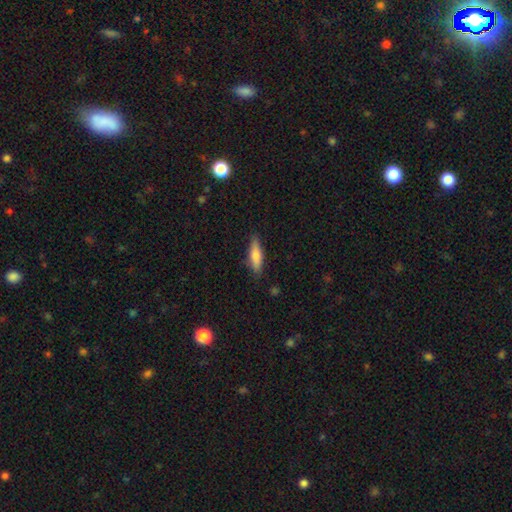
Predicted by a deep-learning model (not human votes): A smooth galaxy with no disk features (72%) that is cigar-shaped (61%).

Vote fractions:
- Smooth or featured? smooth: 72% / featured or disk: 22% / star or artifact: 6%
- How rounded? cigar-shaped: 61% / in between: 37% / round: 2%
- Merging? none: 83% / minor disturbance: 13% / major disturbance: 2% / merger: 1%